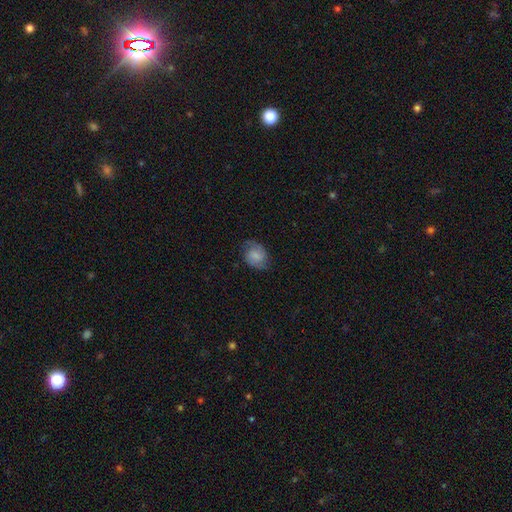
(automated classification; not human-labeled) Q: Smooth or featured?
A: featured or disk (52%); runner-up: smooth (40%)
Q: Edge-on disk?
A: no (97%); runner-up: yes (3%)
Q: Bar?
A: no (53%); runner-up: weak (40%)
Q: Spiral arms?
A: yes (92%); runner-up: no (8%)
Q: Bulge size?
A: none (32%); runner-up: small (30%)
Q: Merging?
A: none (75%); runner-up: minor disturbance (18%)